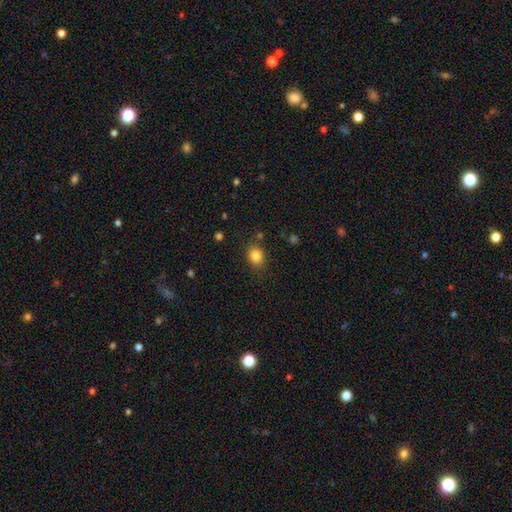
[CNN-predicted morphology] smooth_or_featured: smooth (p=0.83) [alt: star or artifact p=0.11]
how_rounded: round (p=0.54) [alt: in between p=0.45]
merging: none (p=0.82) [alt: minor disturbance p=0.12]